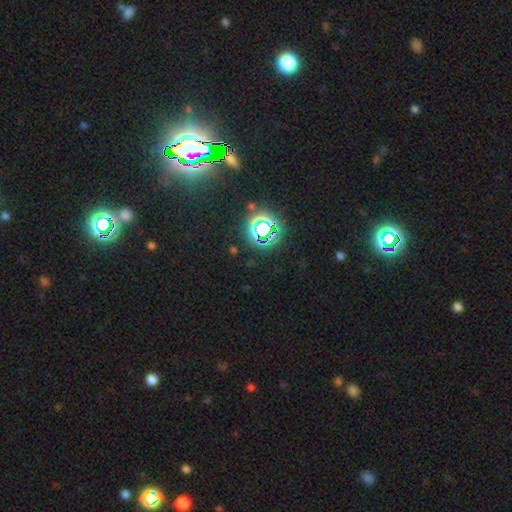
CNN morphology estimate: Overall: star or artifact (78%).